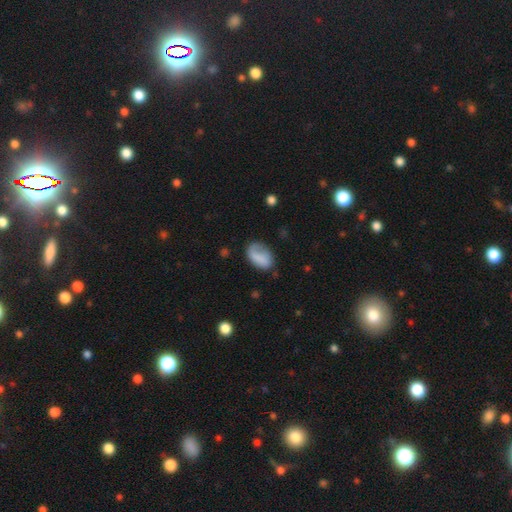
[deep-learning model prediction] A smooth galaxy with no disk features (72%) that is in between round and cigar-shaped (86%). Merging: none (53%).